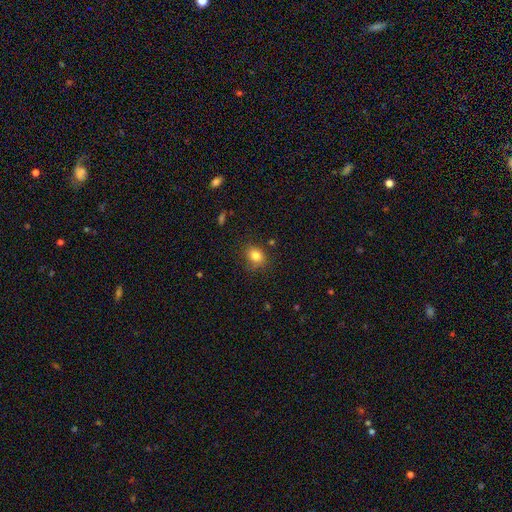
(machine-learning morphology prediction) A smooth galaxy with no disk features (82%) that is in between round and cigar-shaped (52%). Merging: none (79%).